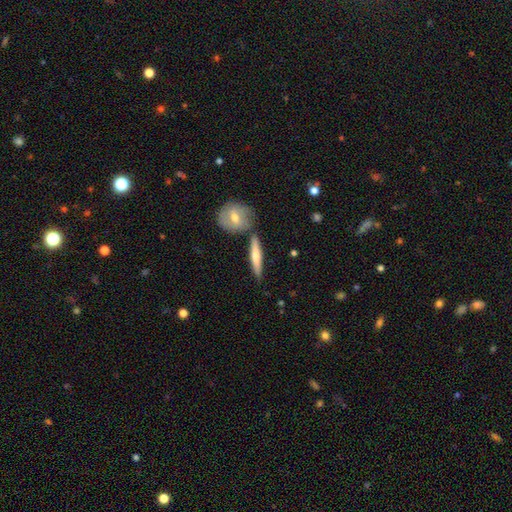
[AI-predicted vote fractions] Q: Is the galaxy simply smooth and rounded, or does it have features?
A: smooth — 56%.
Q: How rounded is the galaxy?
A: cigar-shaped — 85%.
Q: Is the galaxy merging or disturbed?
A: none — 75%.